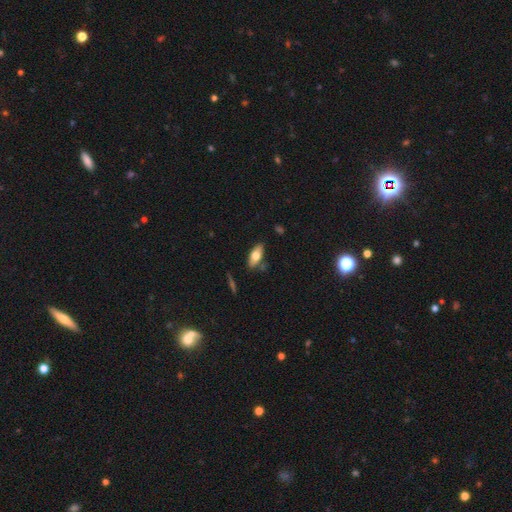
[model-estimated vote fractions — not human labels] A smooth galaxy with no disk features (69%) that is in between round and cigar-shaped (82%).

Vote fractions:
- Smooth or featured? smooth: 69% / featured or disk: 25% / star or artifact: 7%
- How rounded? in between: 82% / cigar-shaped: 15% / round: 3%
- Merging? none: 78% / minor disturbance: 14% / merger: 5% / major disturbance: 3%